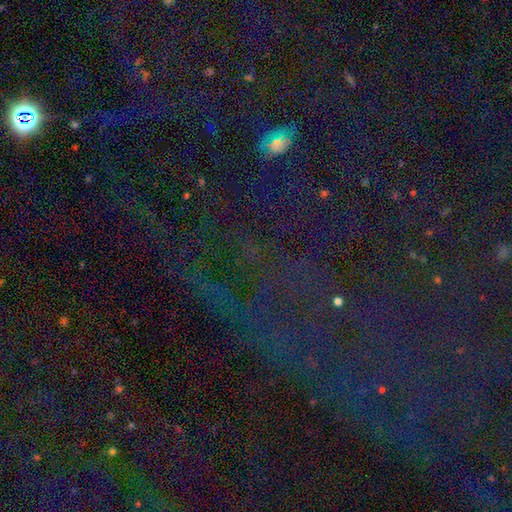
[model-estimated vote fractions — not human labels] This is likely a star or artifact rather than a galaxy (70%).